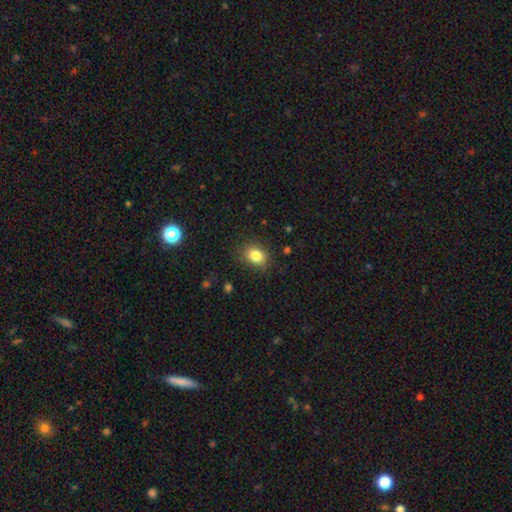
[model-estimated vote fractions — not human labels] smooth_or_featured: smooth (p=0.84) [alt: star or artifact p=0.10]
how_rounded: in between (p=0.57) [alt: round p=0.42]
merging: none (p=0.84) [alt: minor disturbance p=0.12]